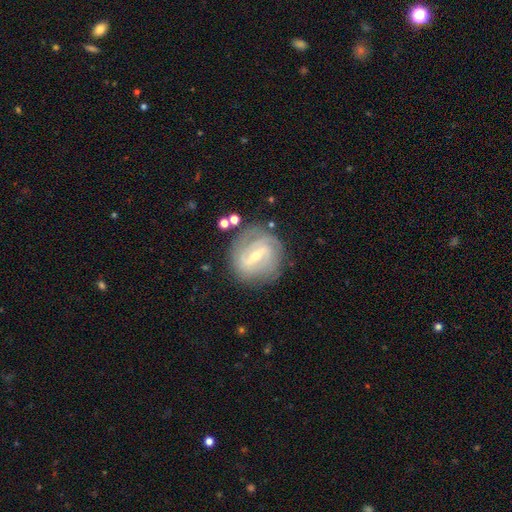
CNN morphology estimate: A featured or disk galaxy (85%) with a strong bar (50%), 2 (32%) tight (63%) spiral arms (93%) and a small central bulge (51%).

Vote fractions:
- Smooth or featured? featured or disk: 85% / smooth: 9% / star or artifact: 6%
- Edge-on disk? no: 96% / yes: 4%
- Bar? strong: 50% / weak: 40% / no: 10%
- Spiral arms? yes: 93% / no: 7%
- Spiral winding? tight: 63% / medium: 29% / loose: 8%
- Spiral arm count? 2: 32% / can't tell: 28% / 3: 22% / 4: 10% / 1: 4% / more than 4: 4%
- Bulge size? small: 51% / moderate: 45% / large: 2% / none: 1% / dominant: 1%
- Merging? none: 76% / minor disturbance: 15% / major disturbance: 6% / merger: 2%